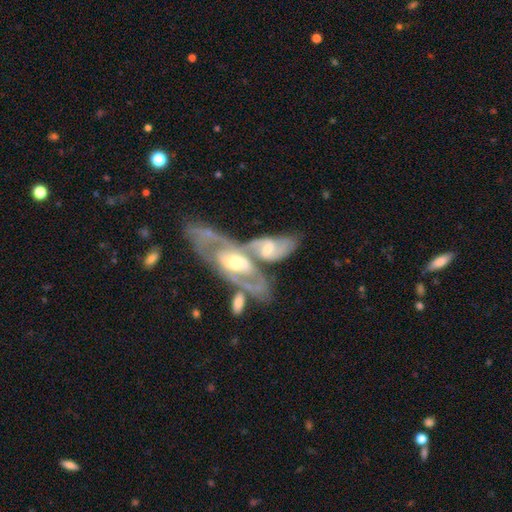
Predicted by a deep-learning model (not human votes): This appears to be a featured or disk galaxy (73%) with no bar (69%), spiral arms (61%) and a moderate central bulge (63%). Merging: merger (62%).